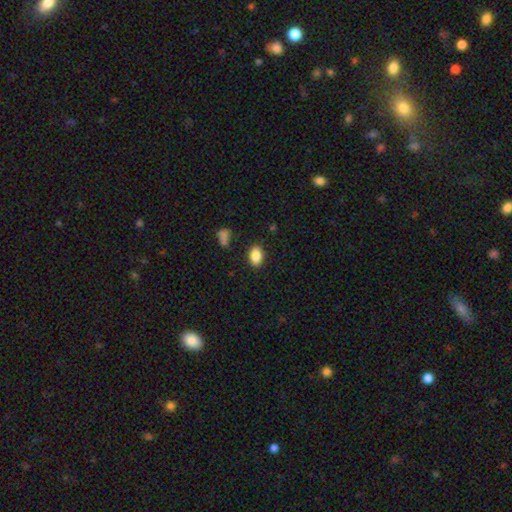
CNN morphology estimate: A smooth galaxy with no disk features (87%) that is in between round and cigar-shaped (86%). Merging: none (85%).